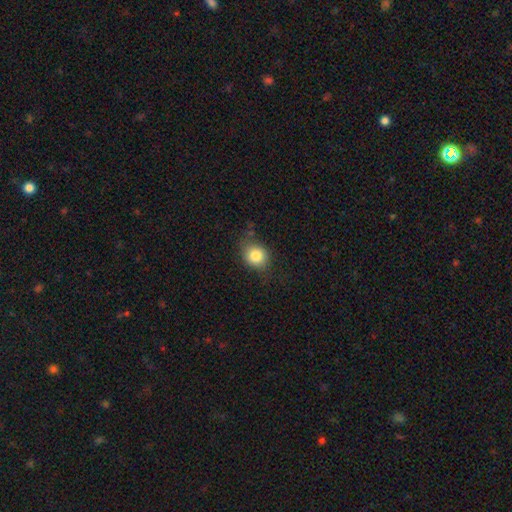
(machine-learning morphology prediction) Overall: smooth (82%). How rounded: round (66%; in between 33%). Merging: none (69%).